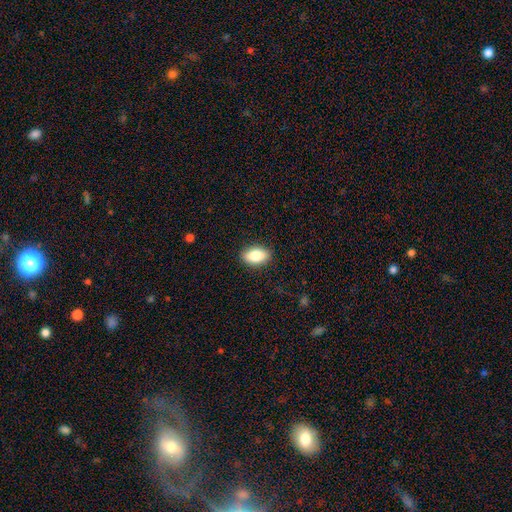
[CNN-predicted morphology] smooth_or_featured: smooth (p=0.84) [alt: featured or disk p=0.09]
how_rounded: in between (p=0.90) [alt: round p=0.08]
merging: none (p=0.89) [alt: minor disturbance p=0.08]